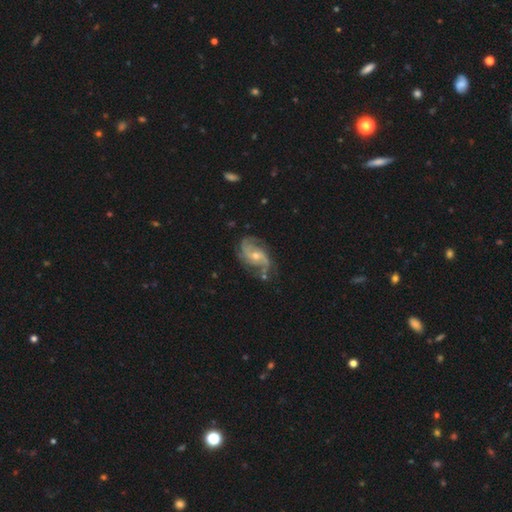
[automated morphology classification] The model was most divided on "bulge size": moderate: 50%, small: 46%, large: 2%, none: 1%, dominant: 1%. Remaining: edge-on disk — no (97%); spiral arms — yes (97%); smooth or featured — featured or disk (87%); merging — none (69%); spiral arm count — 2 (68%); bar — no (54%); spiral winding — medium (49%).